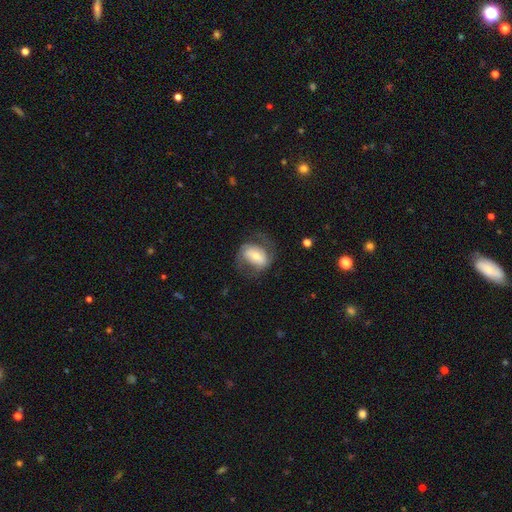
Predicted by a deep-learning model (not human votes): Smooth or featured: featured or disk — 60% (smooth — 33%)
Edge-on disk: no — 96% (yes — 4%)
Bar: strong — 37% (weak — 36%)
Spiral arms: yes — 81% (no — 19%)
Bulge size: moderate — 45% (small — 38%)
Merging: none — 56% (minor disturbance — 22%)